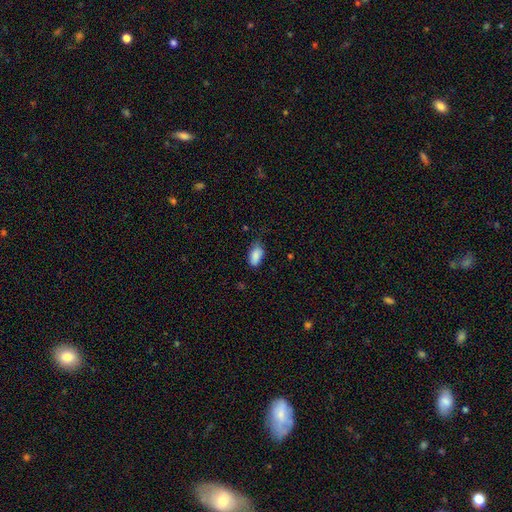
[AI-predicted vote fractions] The model was most divided on "merging": none: 61%, minor disturbance: 31%, major disturbance: 6%, merger: 2%. More confident: how rounded — in between (92%); smooth or featured — smooth (87%).